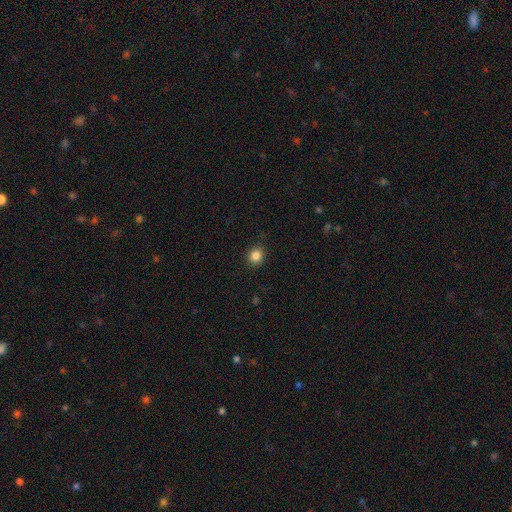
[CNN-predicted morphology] Smooth or featured: smooth — 85% (star or artifact — 11%)
How rounded: round — 78% (in between — 21%)
Merging: none — 88% (minor disturbance — 8%)